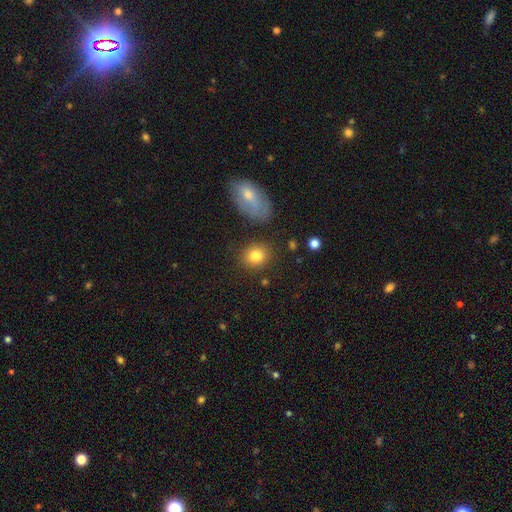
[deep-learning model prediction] A smooth galaxy with no disk features (82%) that is round (64%).

Vote fractions:
- Smooth or featured? smooth: 82% / star or artifact: 9% / featured or disk: 8%
- How rounded? round: 64% / in between: 34% / cigar-shaped: 1%
- Merging? none: 81% / minor disturbance: 10% / merger: 5% / major disturbance: 4%